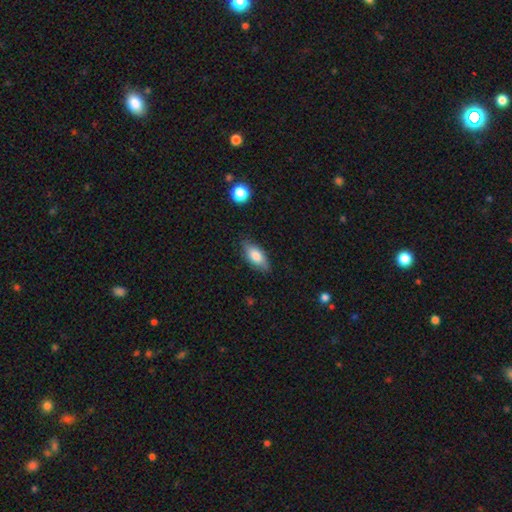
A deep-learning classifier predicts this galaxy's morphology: smooth-or-featured: smooth: 78% | featured or disk: 15% | star or artifact: 7%
  how-rounded: in between: 85% | cigar-shaped: 12% | round: 3%
  merging: none: 80% | minor disturbance: 16% | major disturbance: 3% | merger: 1%